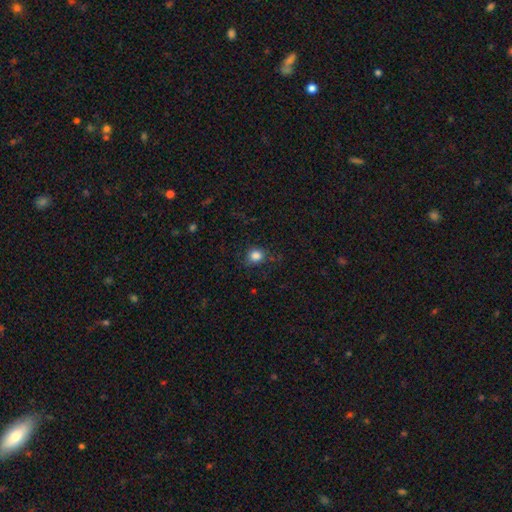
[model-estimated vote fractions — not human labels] The model was most divided on "how rounded": round: 76%, in between: 23%, cigar-shaped: 1%. More confident: smooth or featured — smooth (84%); merging — none (76%).